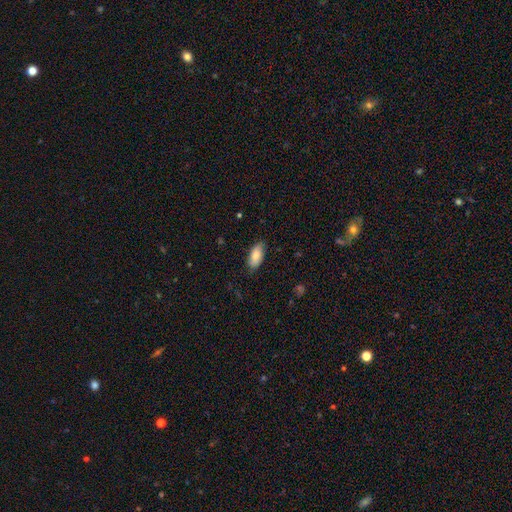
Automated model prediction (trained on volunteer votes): smooth_or_featured: smooth (p=0.83) [alt: featured or disk p=0.11]
how_rounded: in between (p=0.92) [alt: cigar-shaped p=0.06]
merging: none (p=0.82) [alt: minor disturbance p=0.15]